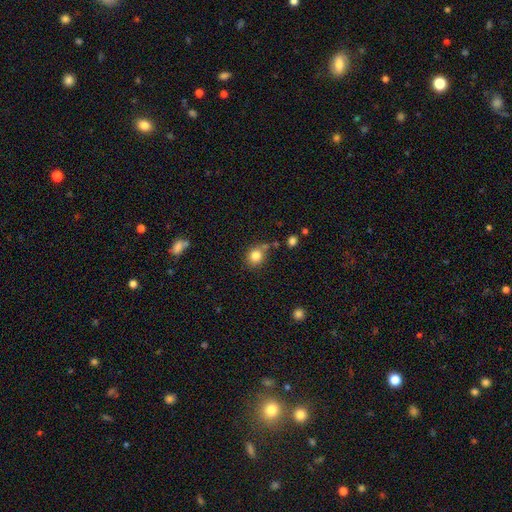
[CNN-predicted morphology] Smooth or featured: smooth — 82% (star or artifact — 11%)
How rounded: round — 82% (in between — 17%)
Merging: none — 67% (minor disturbance — 16%)